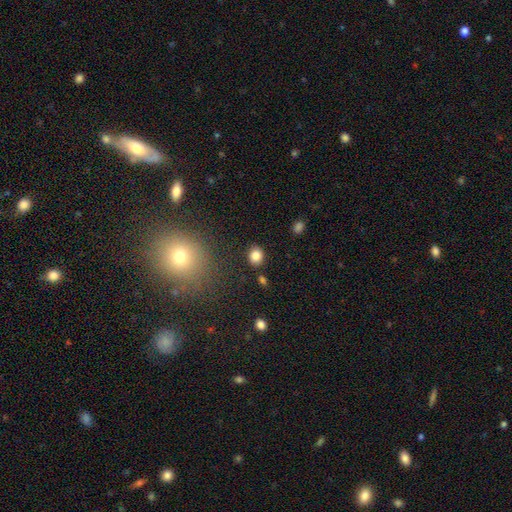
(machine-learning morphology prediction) Smooth or featured? smooth (84%)
How rounded? round (65%)
Merging? none (85%)